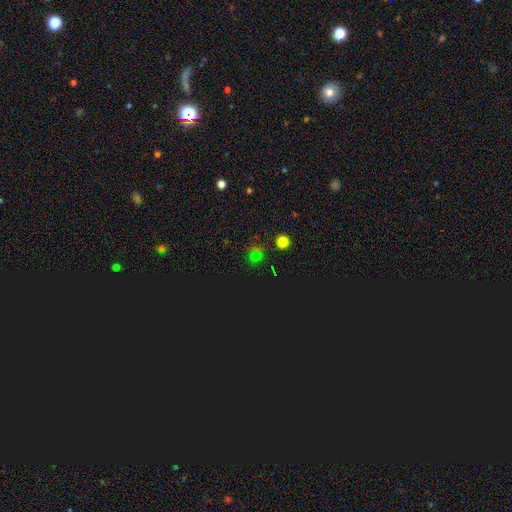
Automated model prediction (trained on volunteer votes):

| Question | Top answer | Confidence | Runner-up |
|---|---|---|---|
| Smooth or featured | star or artifact | 58% | smooth (35%) |